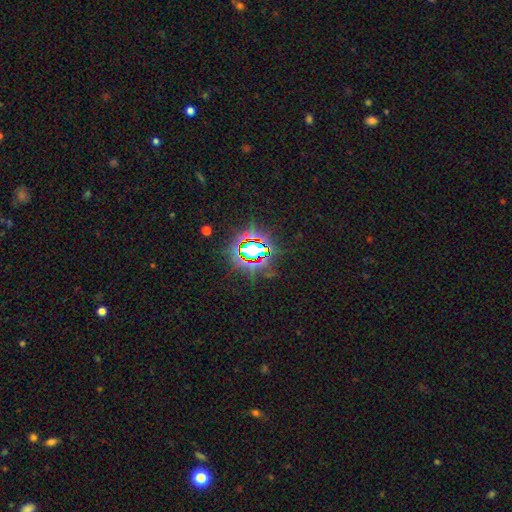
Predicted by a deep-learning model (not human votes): smooth-or-featured: star or artifact: 75% | smooth: 14% | featured or disk: 10%